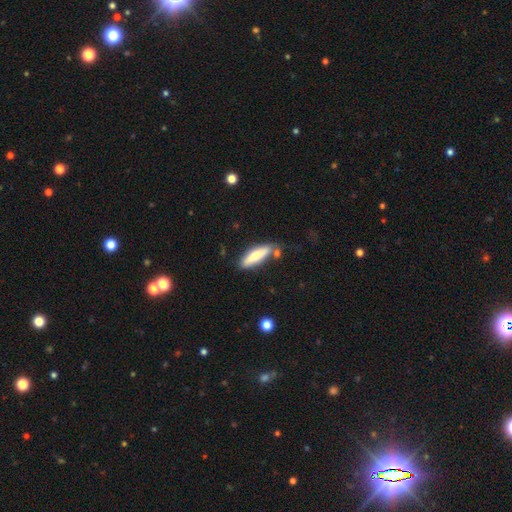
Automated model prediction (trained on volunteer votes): The model was most divided on "how rounded": cigar-shaped: 66%, in between: 32%, round: 2%. More confident: smooth or featured — smooth (69%); merging — none (68%).